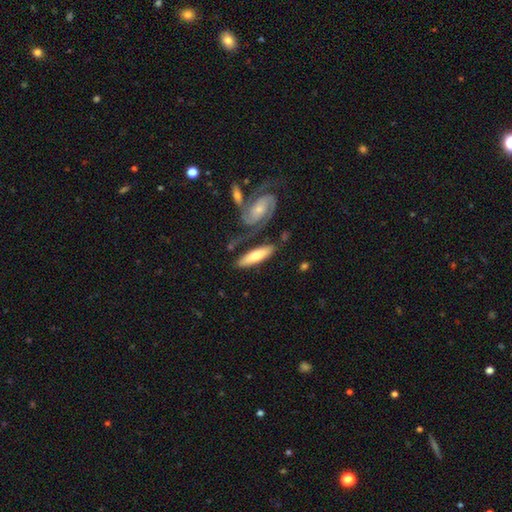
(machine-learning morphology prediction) type=smooth (54%); roundness=cigar-shaped (56%); merging=none (60%).